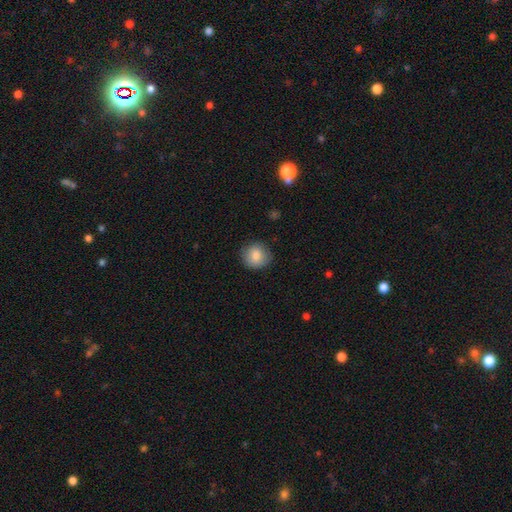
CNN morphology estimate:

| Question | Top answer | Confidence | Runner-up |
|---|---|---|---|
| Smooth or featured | smooth | 84% | star or artifact (8%) |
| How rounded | round | 89% | in between (10%) |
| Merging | none | 86% | minor disturbance (11%) |